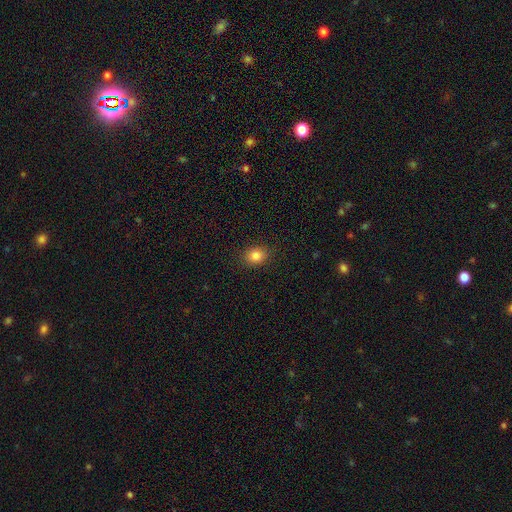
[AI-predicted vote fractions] Smooth or featured? smooth (84%)
How rounded? round (54%)
Merging? none (89%)